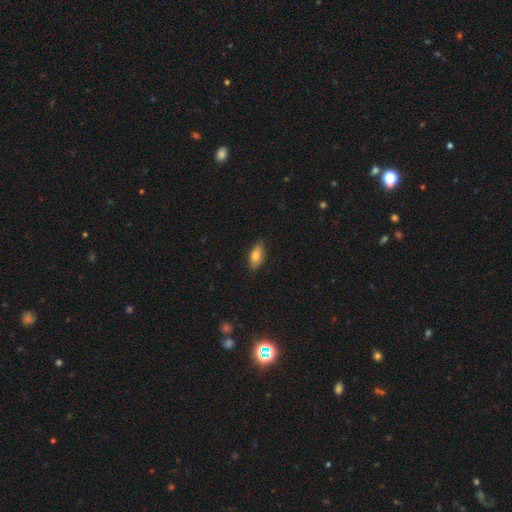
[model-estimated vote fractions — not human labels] Smooth or featured: smooth — 77% (featured or disk — 16%)
How rounded: in between — 86% (cigar-shaped — 12%)
Merging: none — 84% (minor disturbance — 13%)